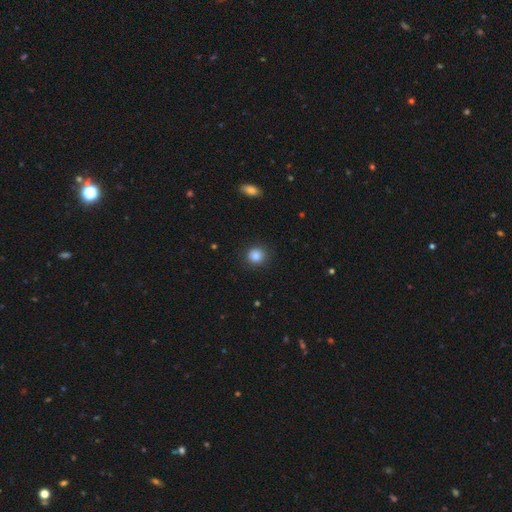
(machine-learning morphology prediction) This is clearly a smooth galaxy (85%). How rounded: clearly round (88%). Merging: clearly none (86%).